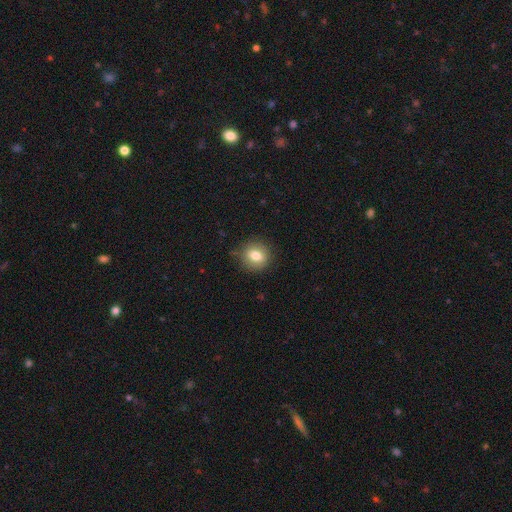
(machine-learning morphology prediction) This appears to be a smooth galaxy with no disk features (78%) that is round (79%). Merging: none (85%).